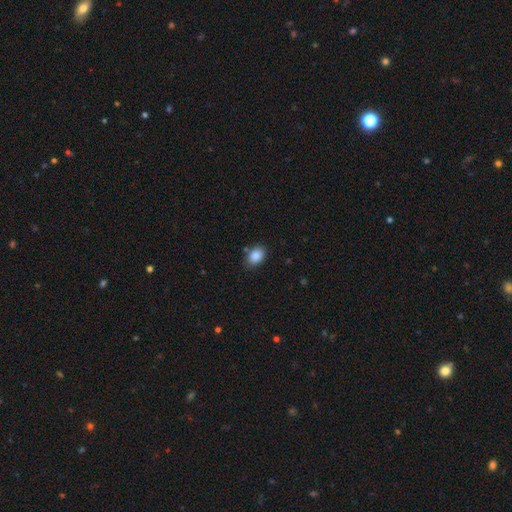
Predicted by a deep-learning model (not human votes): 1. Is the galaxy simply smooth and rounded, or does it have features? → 88% smooth, 8% star or artifact, 4% featured or disk.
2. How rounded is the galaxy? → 78% in between, 21% round, 1% cigar-shaped.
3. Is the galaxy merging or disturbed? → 82% none, 12% minor disturbance, 3% major disturbance, 3% merger.